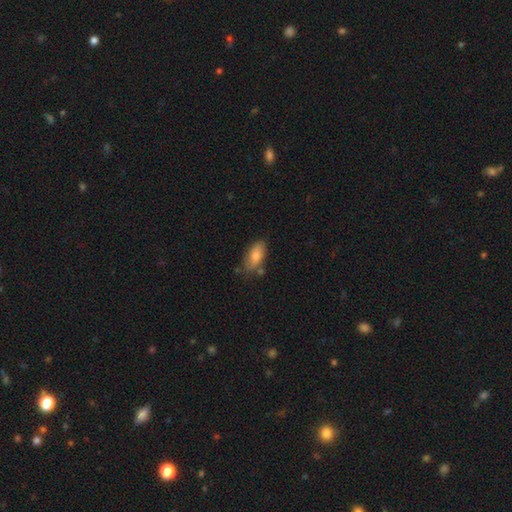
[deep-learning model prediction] Morphology: type=smooth (75%); roundness=in between (87%); merging=none (69%).